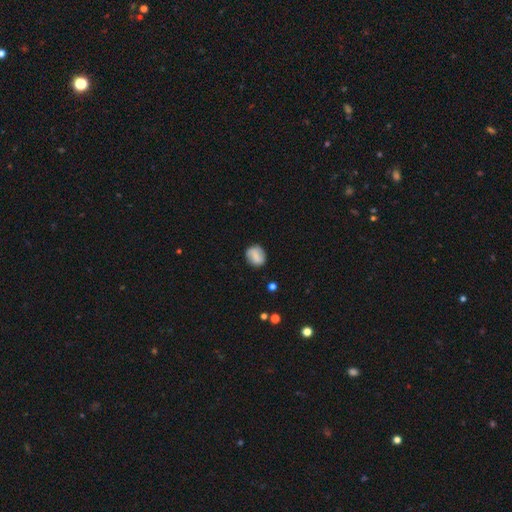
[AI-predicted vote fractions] smooth_or_featured: smooth (p=0.63) [alt: featured or disk p=0.28]
how_rounded: round (p=0.60) [alt: in between p=0.39]
merging: none (p=0.76) [alt: minor disturbance p=0.17]